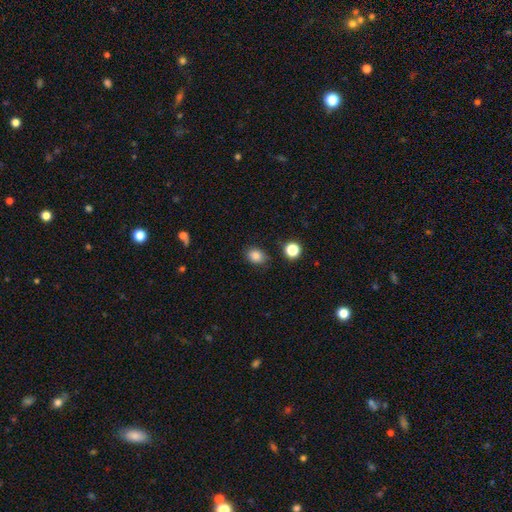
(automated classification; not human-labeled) This appears to be a smooth galaxy with no disk features (84%) that is in between round and cigar-shaped (55%). Merging: none (84%).